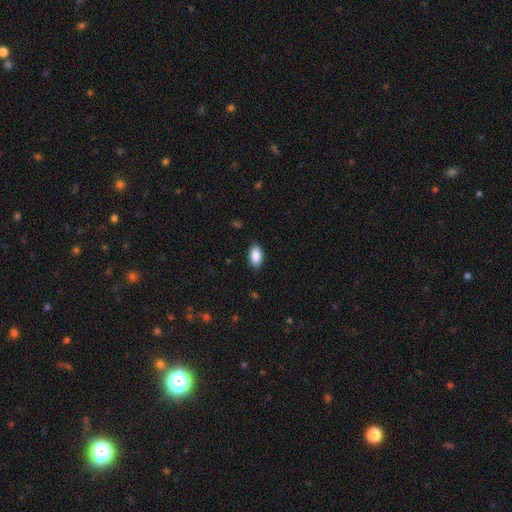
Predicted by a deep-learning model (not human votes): smooth_or_featured: smooth (p=0.89) [alt: star or artifact p=0.07]
how_rounded: in between (p=0.94) [alt: round p=0.04]
merging: none (p=0.86) [alt: minor disturbance p=0.10]